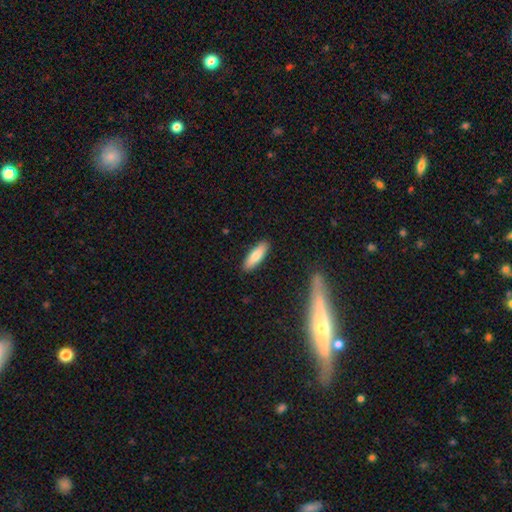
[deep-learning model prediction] Smooth or featured: smooth — 78% (featured or disk — 16%)
How rounded: cigar-shaped — 51% (in between — 47%)
Merging: none — 89% (minor disturbance — 8%)